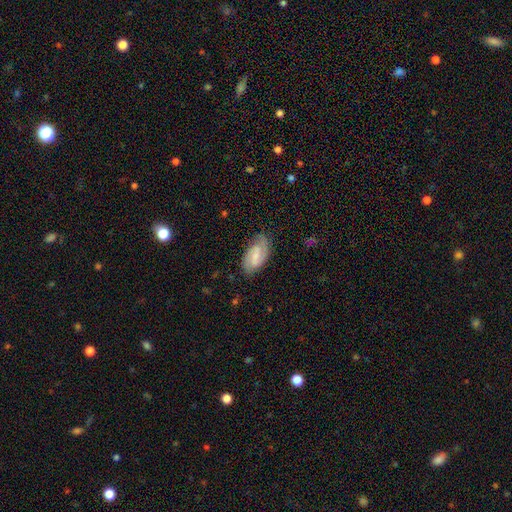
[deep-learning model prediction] This appears to be a featured or disk galaxy (74%) with a weak bar (53%), 2 (83%) medium (46%) spiral arms (94%) and a small central bulge (48%). Merging: none (76%).